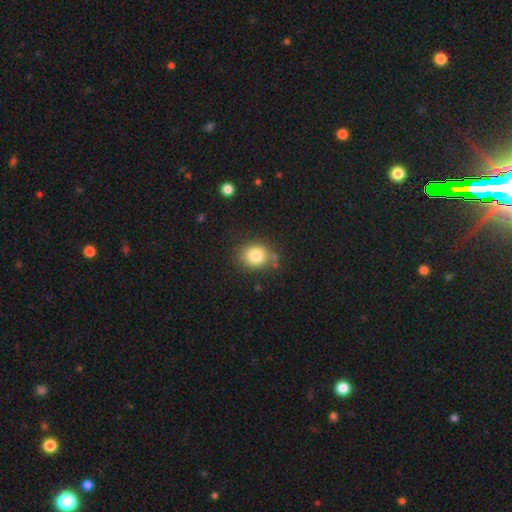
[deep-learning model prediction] Morphology: type=smooth (81%); roundness=round (70%); merging=none (76%).